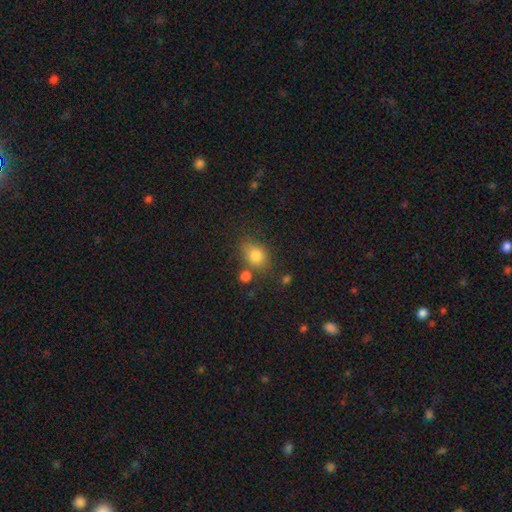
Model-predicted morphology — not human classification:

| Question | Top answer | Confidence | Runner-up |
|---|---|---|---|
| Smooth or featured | smooth | 81% | star or artifact (11%) |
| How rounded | in between | 59% | round (40%) |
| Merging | none | 62% | minor disturbance (20%) |